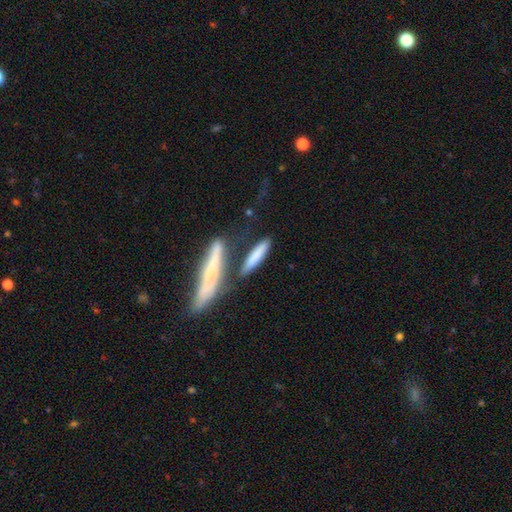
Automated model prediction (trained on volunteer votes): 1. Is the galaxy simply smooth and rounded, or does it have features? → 76% smooth, 18% featured or disk, 6% star or artifact.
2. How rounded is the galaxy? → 81% cigar-shaped, 17% in between, 2% round.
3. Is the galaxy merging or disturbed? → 66% none, 15% merger, 14% minor disturbance, 5% major disturbance.